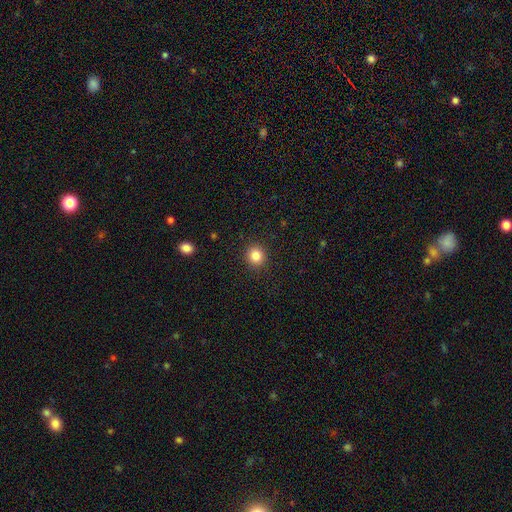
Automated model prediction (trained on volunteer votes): A smooth galaxy with no disk features (84%) that is round (90%). Merging: none (92%).